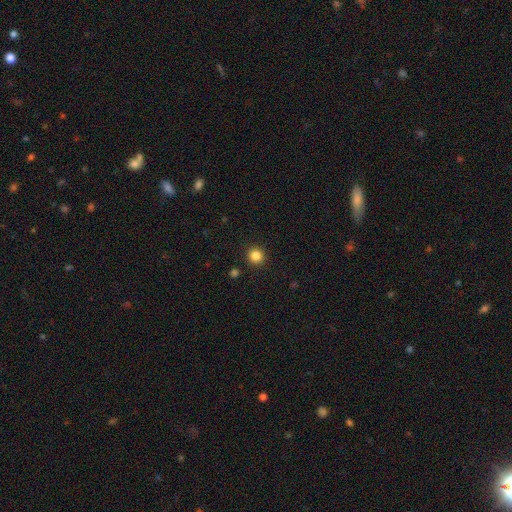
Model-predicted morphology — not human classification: smooth 84%, star or artifact 12%, featured or disk 4%. Down the decision tree: how rounded — round (94%); merging — none (92%).